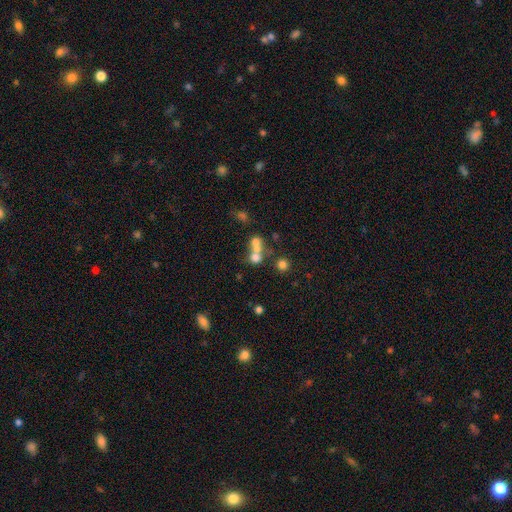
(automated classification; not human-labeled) Overall: smooth (62%). How rounded: round (75%). Merging: merger (55%; none 33%).